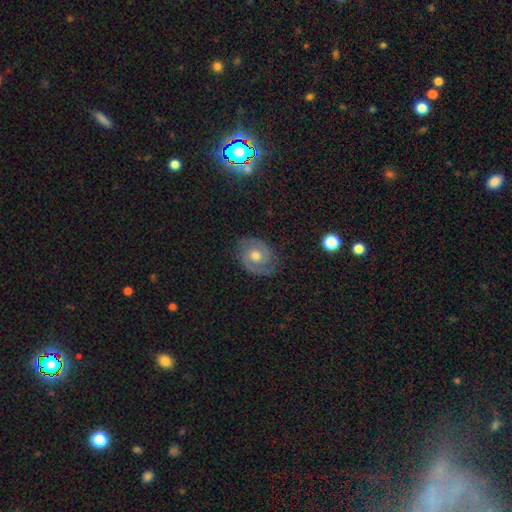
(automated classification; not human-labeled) A featured or disk galaxy (82%) with no bar (65%), 2 (91%) tight (52%) spiral arms (95%) and a moderate central bulge (76%).

Vote fractions:
- Smooth or featured? featured or disk: 82% / smooth: 10% / star or artifact: 7%
- Edge-on disk? no: 98% / yes: 2%
- Bar? no: 65% / weak: 29% / strong: 6%
- Spiral arms? yes: 95% / no: 5%
- Spiral winding? tight: 52% / medium: 40% / loose: 8%
- Spiral arm count? 2: 91% / can't tell: 4% / 1: 2% / 3: 1% / 4: 1% / more than 4: 1%
- Bulge size? moderate: 76% / small: 15% / large: 7% / none: 1% / dominant: 1%
- Merging? none: 82% / minor disturbance: 13% / major disturbance: 4% / merger: 1%